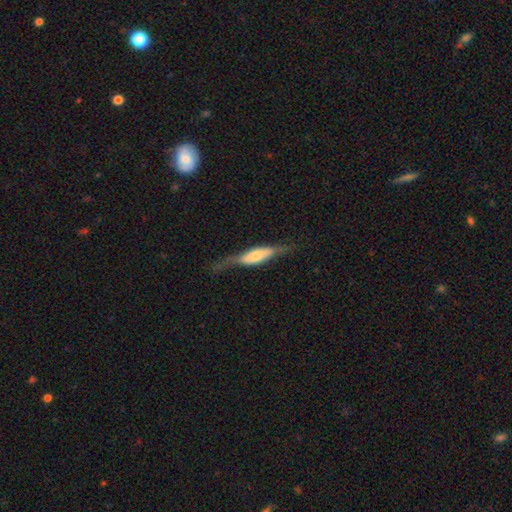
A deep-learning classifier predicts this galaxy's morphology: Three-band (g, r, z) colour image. It shows a featured or disk galaxy (57%) viewed edge-on (82%). Merging: none (60%).